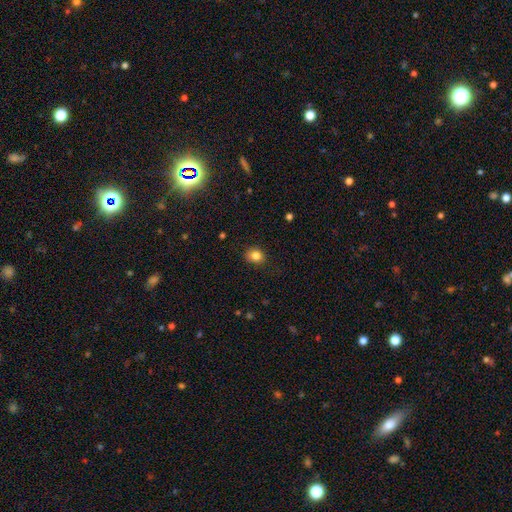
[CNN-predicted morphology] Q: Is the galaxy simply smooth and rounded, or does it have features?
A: smooth — 84%.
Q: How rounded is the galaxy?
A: round — 66%.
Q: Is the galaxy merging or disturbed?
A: none — 84%.